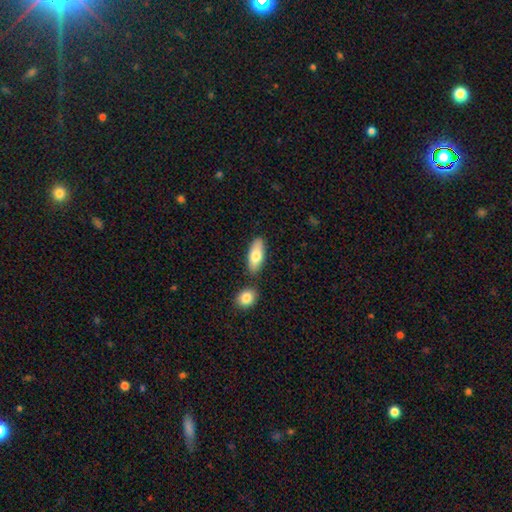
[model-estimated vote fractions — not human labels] smooth 76%, featured or disk 18%, star or artifact 6%. Down the decision tree: how rounded — in between (81%); merging — none (75%).